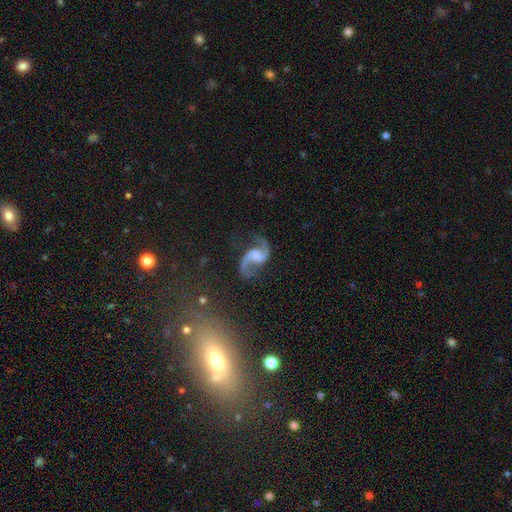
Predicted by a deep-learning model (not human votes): Smooth or featured? featured or disk (91%)
Edge-on disk? no (98%)
Bar? no (50%)
Spiral arms? yes (98%)
Spiral winding? loose (69%)
Spiral arm count? 2 (94%)
Bulge size? none (54%)
Merging? none (75%)